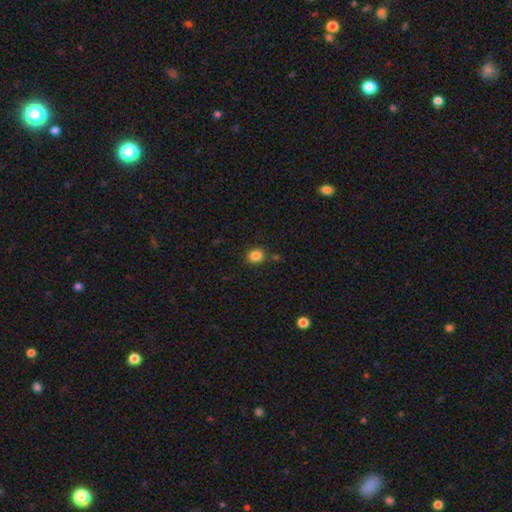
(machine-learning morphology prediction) Smooth or featured? Predicted: smooth (p=0.84). How rounded? Predicted: round (p=0.62). Merging? Predicted: none (p=0.84).